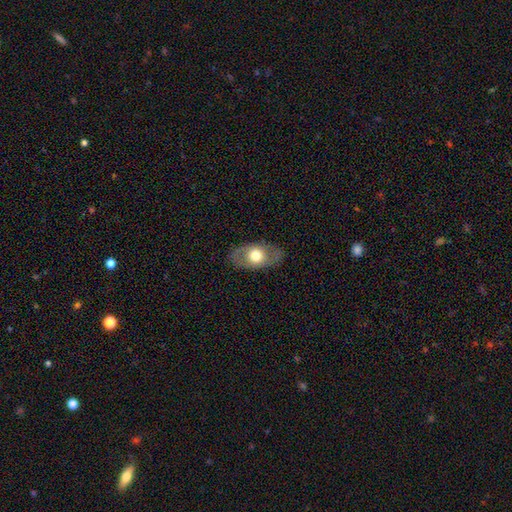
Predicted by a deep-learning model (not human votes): Smooth or featured: smooth — 48% (featured or disk — 46%)
Merging: none — 82% (minor disturbance — 12%)